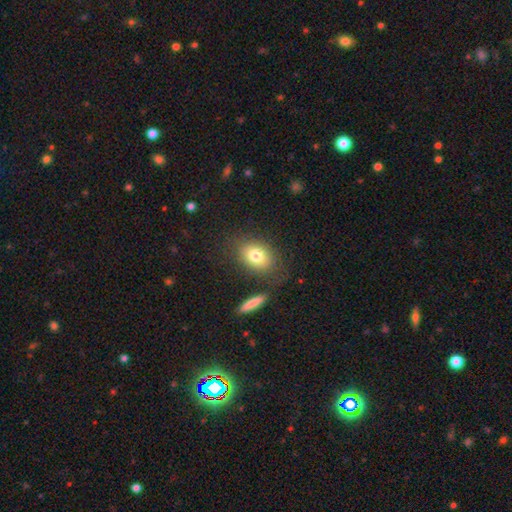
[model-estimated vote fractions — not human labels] Smooth or featured?
  - smooth: 77% *
  - featured or disk: 14%
  - star or artifact: 9%
How rounded?
  - in between: 70% *
  - round: 28%
  - cigar-shaped: 2%
Merging?
  - none: 75% *
  - minor disturbance: 13%
  - major disturbance: 6%
  - merger: 6%